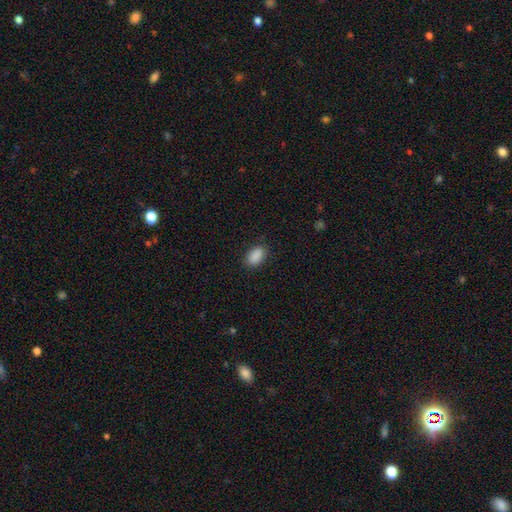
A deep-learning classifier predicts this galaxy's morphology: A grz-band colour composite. It shows a smooth galaxy with no disk features (90%) that is in between round and cigar-shaped (91%). Merging: none (87%).